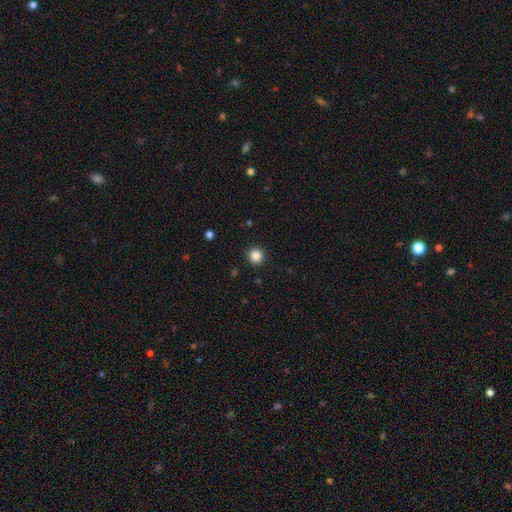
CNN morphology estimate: This is clearly a smooth galaxy (85%). How rounded: clearly round (95%). Merging: clearly none (92%).